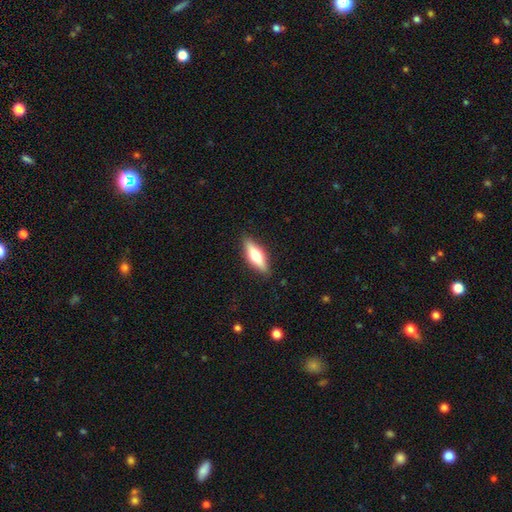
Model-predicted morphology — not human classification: This is possibly a smooth galaxy (54%). How rounded: possibly in between (52%). Merging: clearly none (88%).